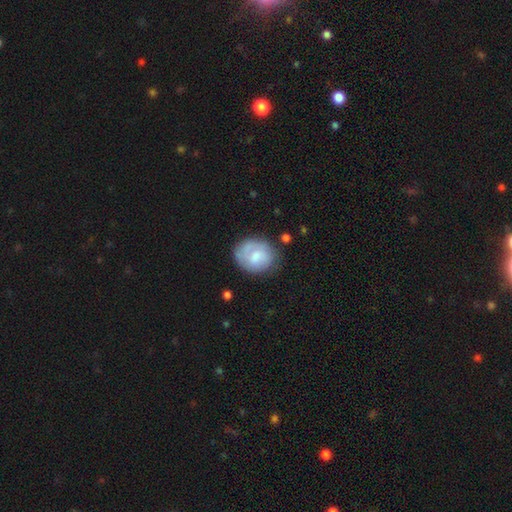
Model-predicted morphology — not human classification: A smooth galaxy with no disk features (54%) that is round (64%). Merging: none (67%).